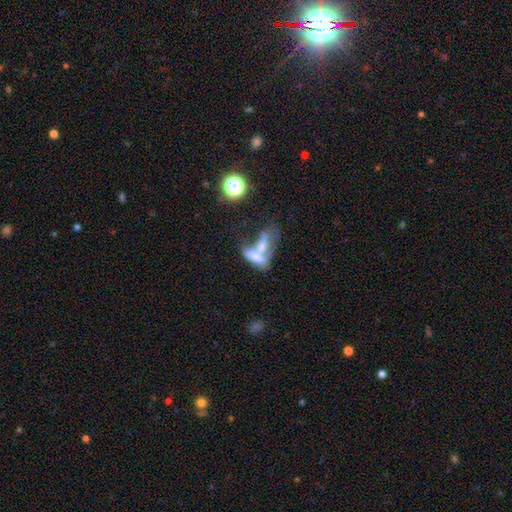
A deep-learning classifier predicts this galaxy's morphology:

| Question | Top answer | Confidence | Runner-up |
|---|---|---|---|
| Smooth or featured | smooth | 58% | featured or disk (32%) |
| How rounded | in between | 69% | cigar-shaped (26%) |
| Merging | merger | 70% | none (15%) |